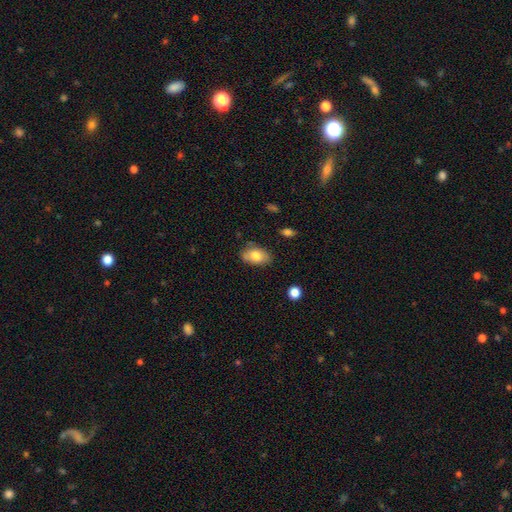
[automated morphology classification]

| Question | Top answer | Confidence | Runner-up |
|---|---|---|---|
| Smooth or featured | smooth | 78% | featured or disk (14%) |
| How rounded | in between | 88% | round (10%) |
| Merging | none | 74% | minor disturbance (19%) |